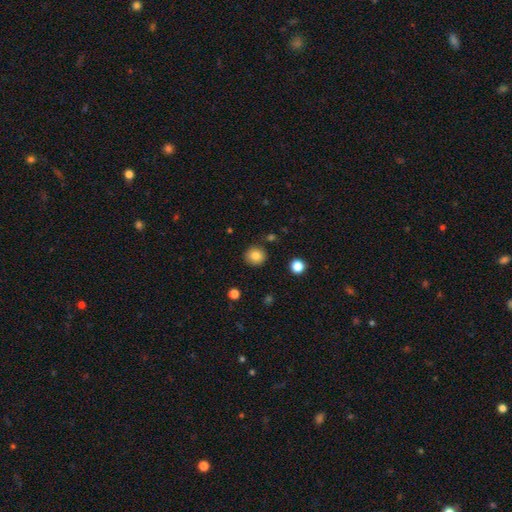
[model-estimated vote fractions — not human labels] Smooth or featured? Predicted: smooth (p=0.82). How rounded? Predicted: round (p=0.89). Merging? Predicted: none (p=0.88).